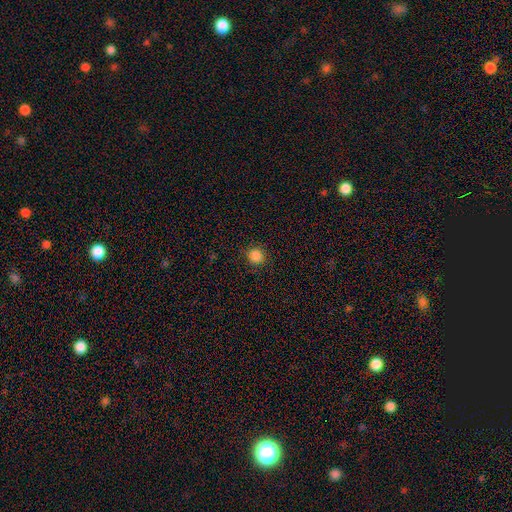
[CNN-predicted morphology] Q: Smooth or featured?
A: smooth (85%); runner-up: star or artifact (12%)
Q: How rounded?
A: round (93%); runner-up: in between (6%)
Q: Merging?
A: none (90%); runner-up: minor disturbance (7%)